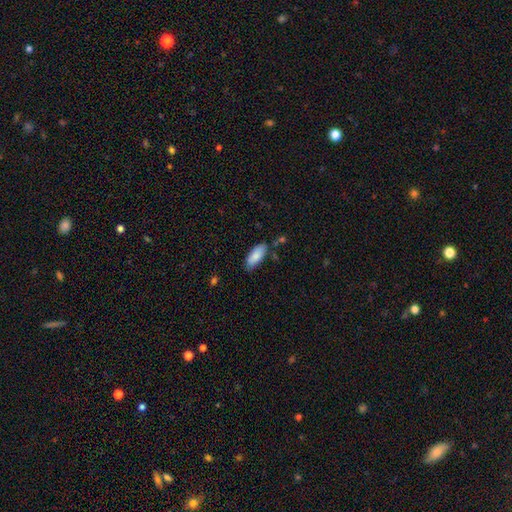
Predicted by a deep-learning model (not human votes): Overall: smooth (85%). How rounded: in between (81%). Merging: none (77%).